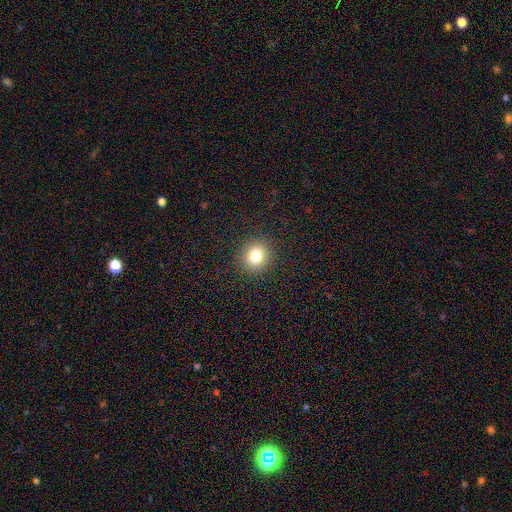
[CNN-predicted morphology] Smooth or featured? Predicted: smooth (p=0.80). How rounded? Predicted: round (p=0.80). Merging? Predicted: none (p=0.90).